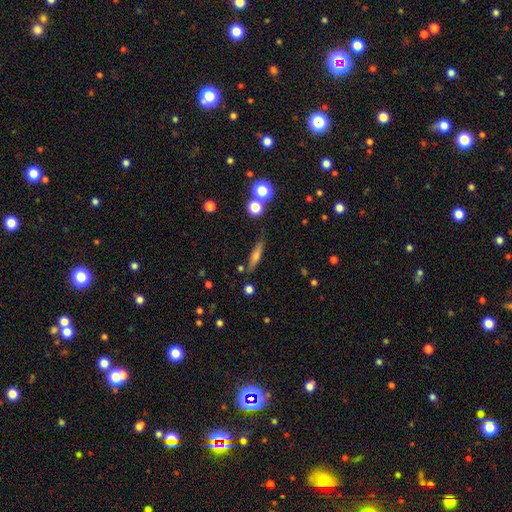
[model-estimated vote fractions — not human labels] Morphology: type=featured or disk (44%, tied with smooth); merging=none (79%).